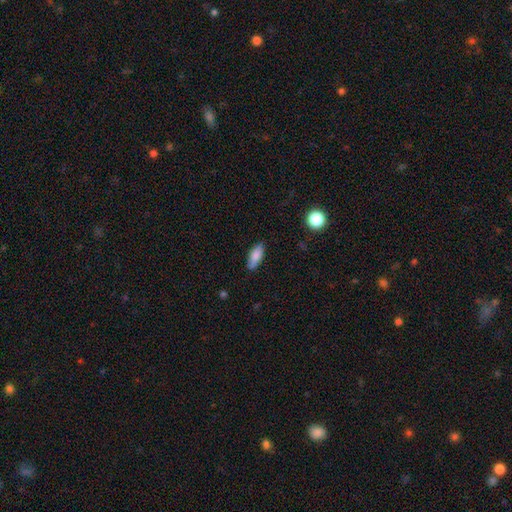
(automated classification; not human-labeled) A smooth galaxy with no disk features (81%) that is in between round and cigar-shaped (71%). Merging: none (81%).